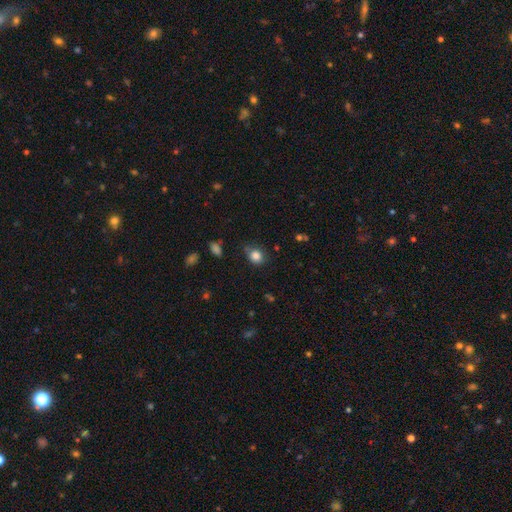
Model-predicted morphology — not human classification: A smooth galaxy with no disk features (84%) that is round (65%). Merging: none (70%).